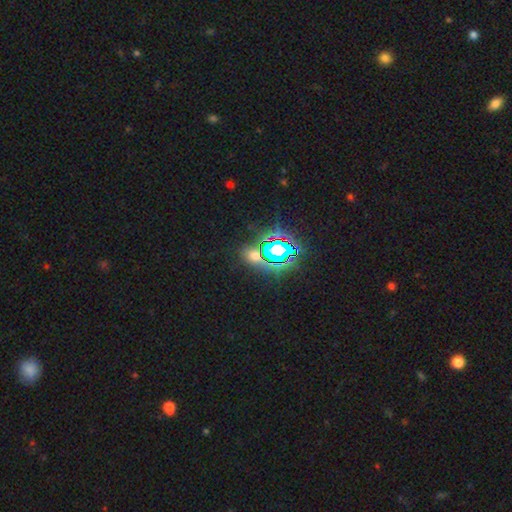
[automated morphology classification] smooth-or-featured: star or artifact: 63% | smooth: 28% | featured or disk: 9%